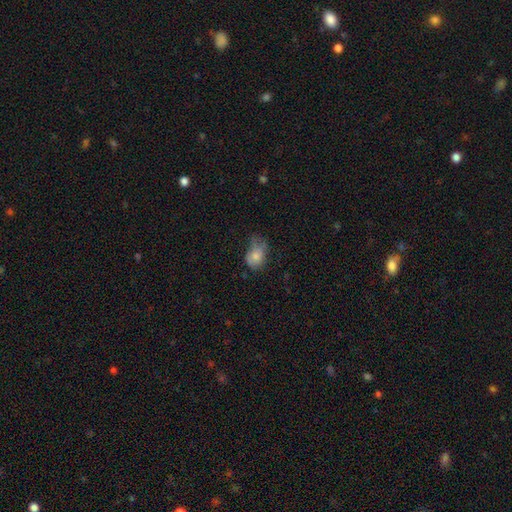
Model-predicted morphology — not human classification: Q: Smooth or featured?
A: smooth (72%); runner-up: featured or disk (18%)
Q: How rounded?
A: in between (70%); runner-up: round (29%)
Q: Merging?
A: minor disturbance (38%); runner-up: none (30%)